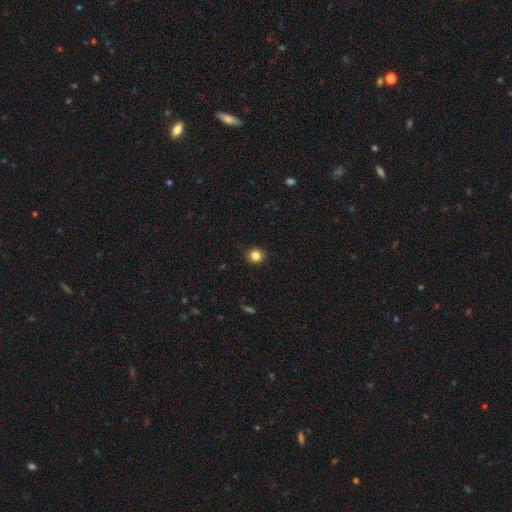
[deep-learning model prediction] Smooth or featured? smooth (83%)
How rounded? round (92%)
Merging? none (90%)